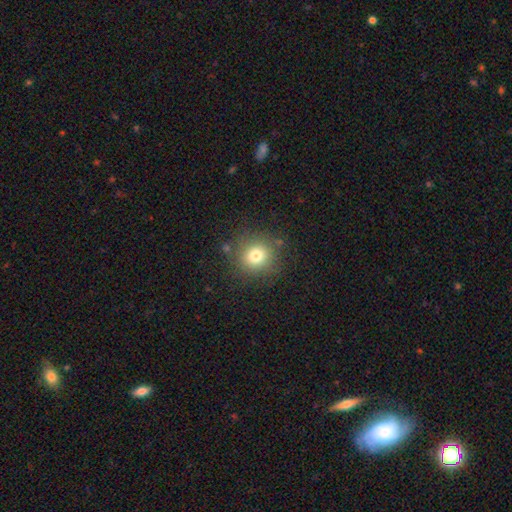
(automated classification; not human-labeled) This is likely a smooth galaxy (76%). How rounded: clearly round (89%). Merging: clearly none (83%).